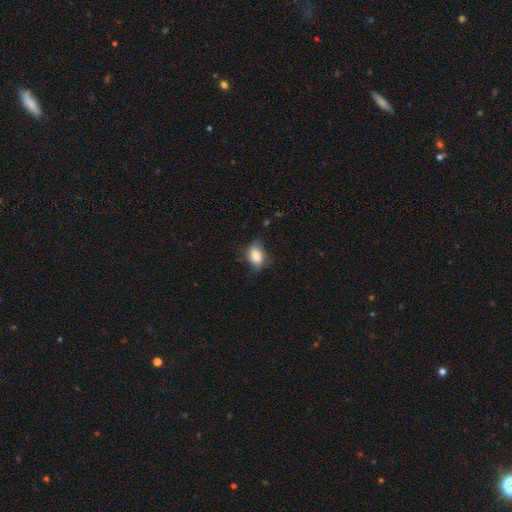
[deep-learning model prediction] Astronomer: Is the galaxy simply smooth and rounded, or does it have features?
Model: smooth — 77%.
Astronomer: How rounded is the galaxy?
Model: in between — 86%.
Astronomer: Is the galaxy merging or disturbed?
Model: none — 60%.